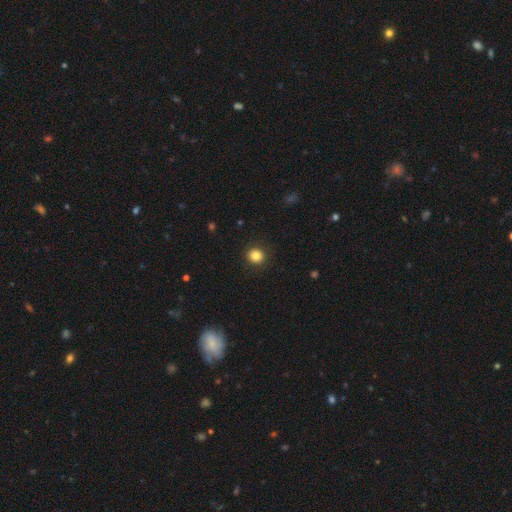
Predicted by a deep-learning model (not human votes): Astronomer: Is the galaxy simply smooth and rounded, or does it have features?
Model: smooth — 84%.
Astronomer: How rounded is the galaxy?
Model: round — 86%.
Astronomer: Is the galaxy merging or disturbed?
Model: none — 90%.